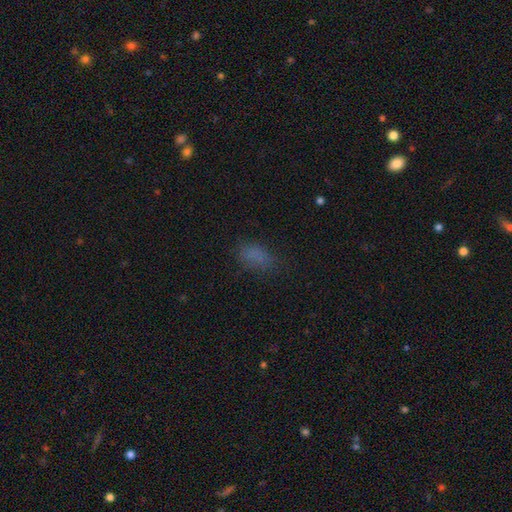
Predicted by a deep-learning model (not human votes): Morphology: type=smooth (76%); roundness=in between (88%); merging=none (67%).